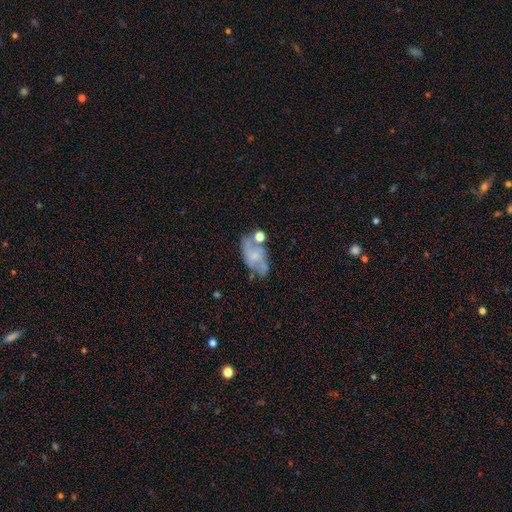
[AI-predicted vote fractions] This is likely a featured or disk galaxy (63%). It is clearly not viewed edge-on (95%). Bar: likely no (71%). Spiral arm pattern: likely yes (72%). Central bulge: likely small (60%). Merging: possibly none (47%).